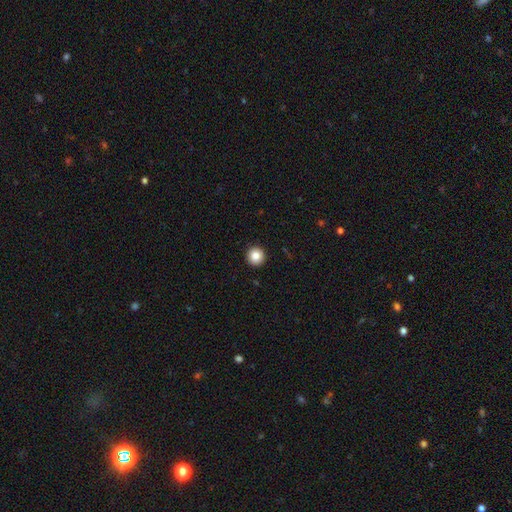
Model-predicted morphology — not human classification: The model was most divided on "smooth or featured": smooth: 85%, star or artifact: 10%, featured or disk: 5%. More confident: how rounded — round (96%); merging — none (93%).